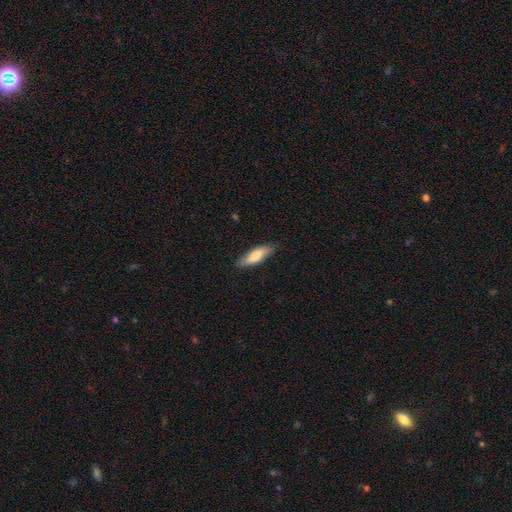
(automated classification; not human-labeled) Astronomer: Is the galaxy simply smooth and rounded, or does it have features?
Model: smooth — 76%.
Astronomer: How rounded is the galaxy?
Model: in between — 49%, tied with cigar-shaped at 49%.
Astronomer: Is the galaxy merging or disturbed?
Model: none — 82%.